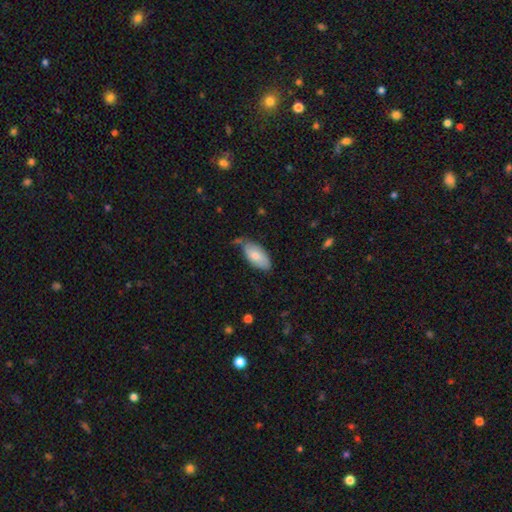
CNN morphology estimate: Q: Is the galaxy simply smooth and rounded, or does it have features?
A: smooth — 78%.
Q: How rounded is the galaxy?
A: in between — 93%.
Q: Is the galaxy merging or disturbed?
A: none — 55%.